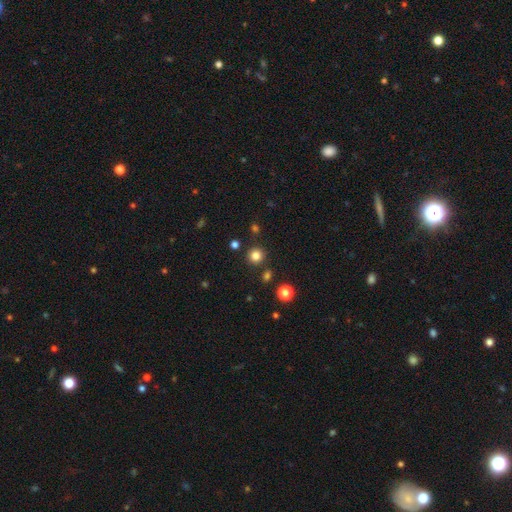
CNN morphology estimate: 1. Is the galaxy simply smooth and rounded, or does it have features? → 82% smooth, 14% star or artifact, 4% featured or disk.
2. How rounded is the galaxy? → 93% round, 6% in between, 1% cigar-shaped.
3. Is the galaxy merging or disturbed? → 88% none, 6% minor disturbance, 4% merger, 2% major disturbance.